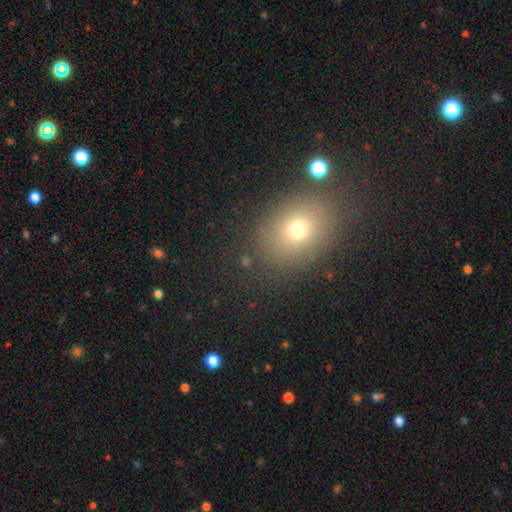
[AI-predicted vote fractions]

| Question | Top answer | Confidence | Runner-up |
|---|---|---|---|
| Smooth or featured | smooth | 64% | star or artifact (26%) |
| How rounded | in between | 54% | round (45%) |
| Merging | none | 86% | minor disturbance (8%) |